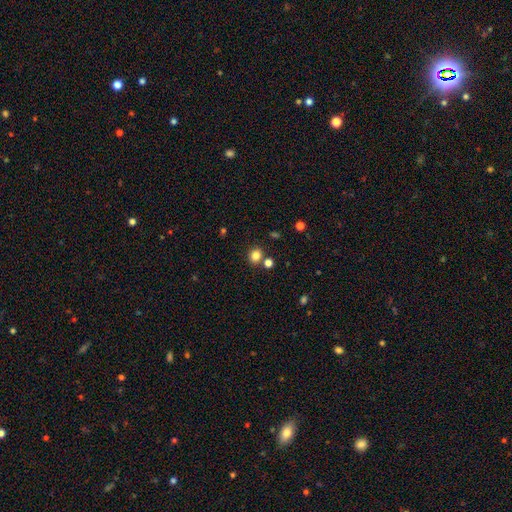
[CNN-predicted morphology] smooth 82%, star or artifact 13%, featured or disk 5%. Down the decision tree: how rounded — round (73%); merging — none (78%).